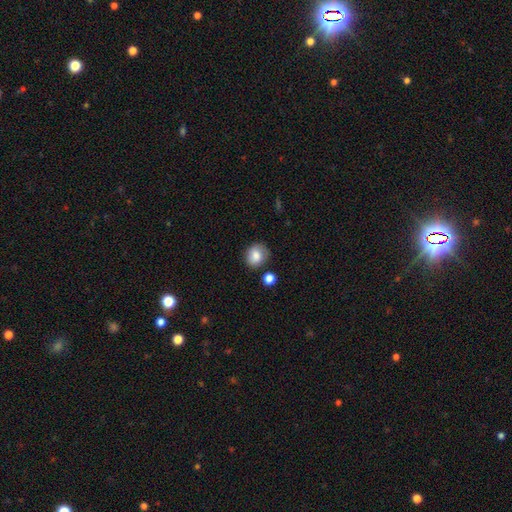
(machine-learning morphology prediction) Smooth or featured? smooth (81%)
How rounded? round (70%)
Merging? none (73%)